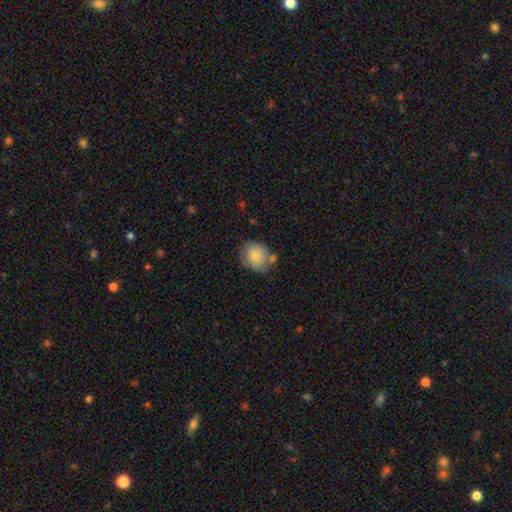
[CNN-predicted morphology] Smooth or featured? smooth (81%)
How rounded? round (56%)
Merging? none (59%)